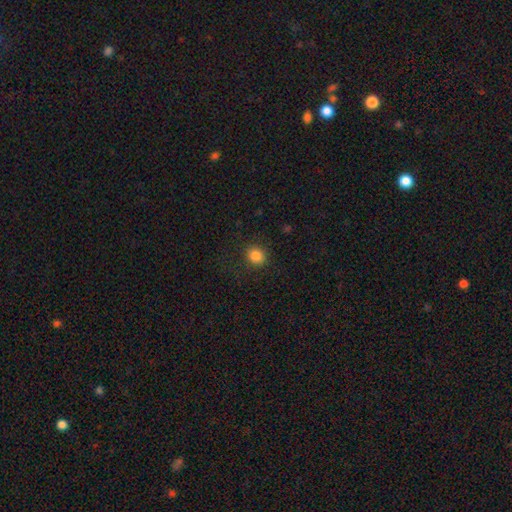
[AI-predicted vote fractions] A smooth galaxy with no disk features (85%) that is round (80%). Merging: none (88%).